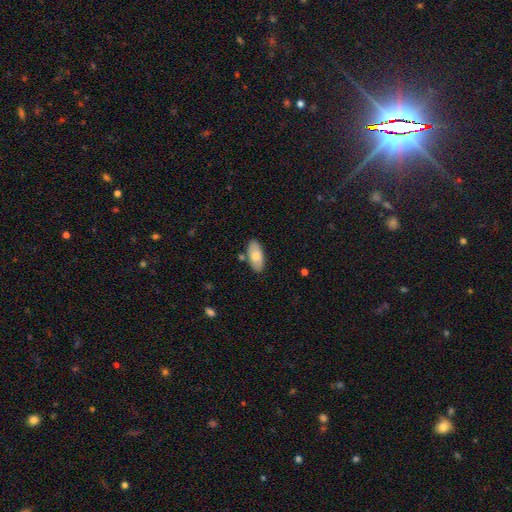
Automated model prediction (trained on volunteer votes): smooth 76%, featured or disk 17%, star or artifact 6%. Down the decision tree: how rounded — in between (92%); merging — none (81%).